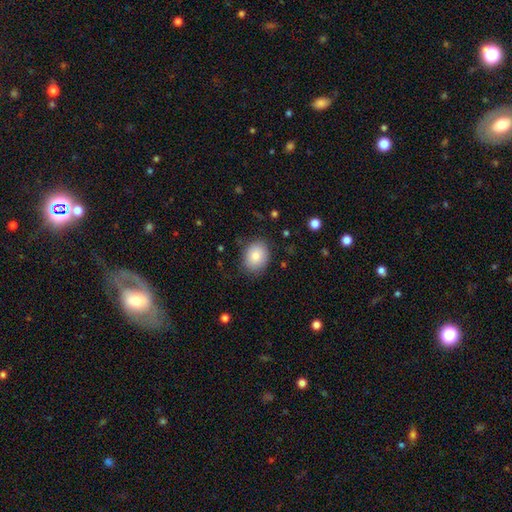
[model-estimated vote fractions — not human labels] smooth-or-featured: smooth: 81% | featured or disk: 11% | star or artifact: 9%
  how-rounded: round: 52% | in between: 47% | cigar-shaped: 1%
  merging: none: 82% | minor disturbance: 13% | major disturbance: 4% | merger: 1%